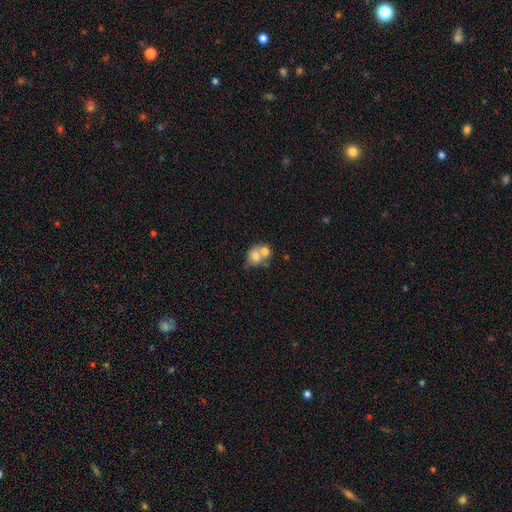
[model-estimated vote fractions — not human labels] Smooth or featured: smooth — 67% (featured or disk — 25%)
How rounded: round — 58% (in between — 41%)
Merging: merger — 64% (none — 24%)